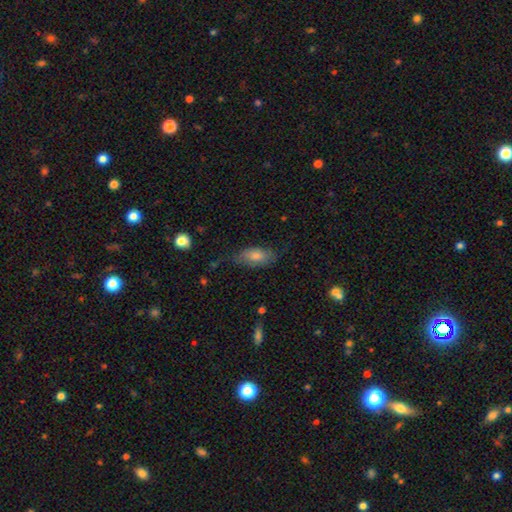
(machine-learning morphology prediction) This is likely a smooth galaxy (70%). How rounded: clearly in between (85%). Merging: likely none (65%).